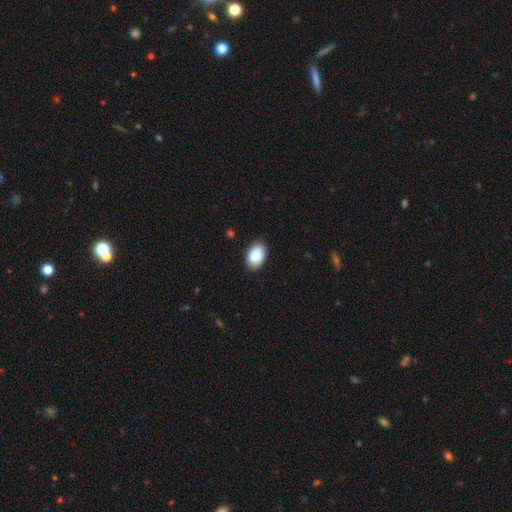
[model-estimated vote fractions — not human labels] Morphology: type=smooth (89%); roundness=in between (88%); merging=none (86%).